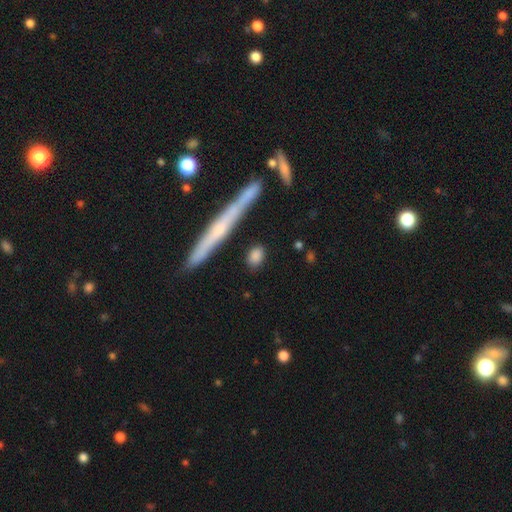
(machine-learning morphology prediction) smooth-or-featured: smooth: 83% | featured or disk: 10% | star or artifact: 7%
  how-rounded: in between: 44% | round: 40% | cigar-shaped: 15%
  merging: none: 84% | minor disturbance: 10% | merger: 4% | major disturbance: 3%